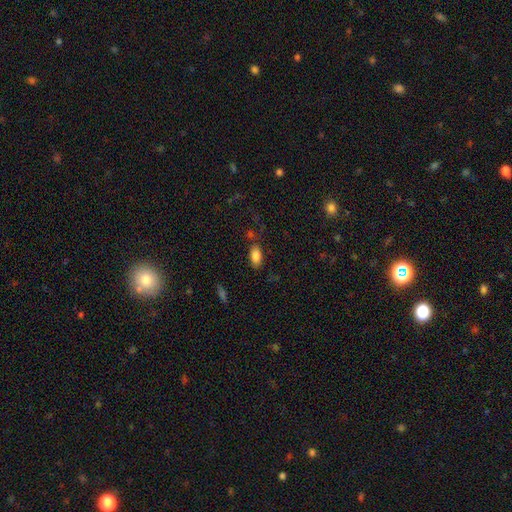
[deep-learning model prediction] Smooth or featured? smooth (85%)
How rounded? in between (92%)
Merging? none (74%)